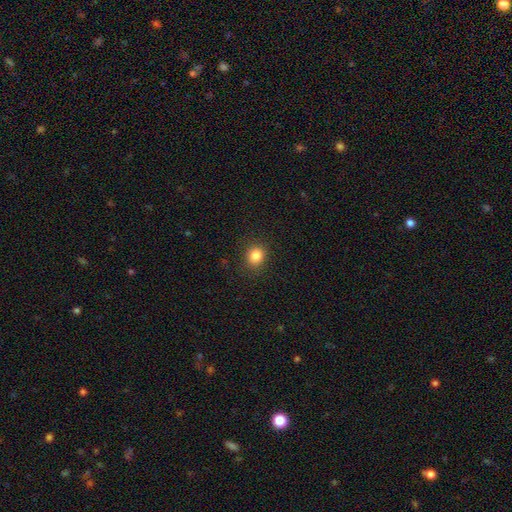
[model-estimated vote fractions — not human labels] smooth 84%, star or artifact 11%, featured or disk 5%. Down the decision tree: how rounded — round (78%); merging — none (89%).